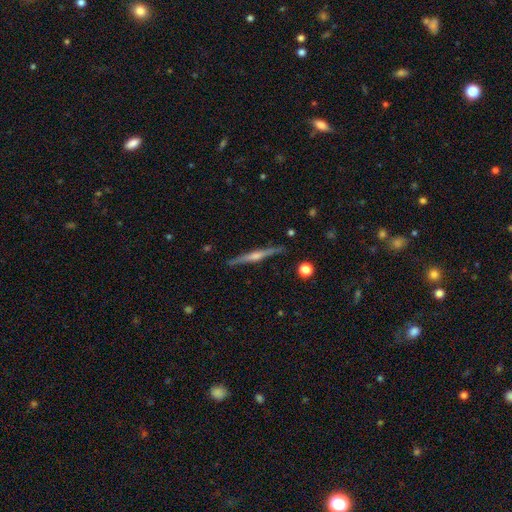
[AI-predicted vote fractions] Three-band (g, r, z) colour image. It shows a featured or disk galaxy (78%) viewed edge-on (98%) with a rounded central bulge (78%). Merging: none (90%).